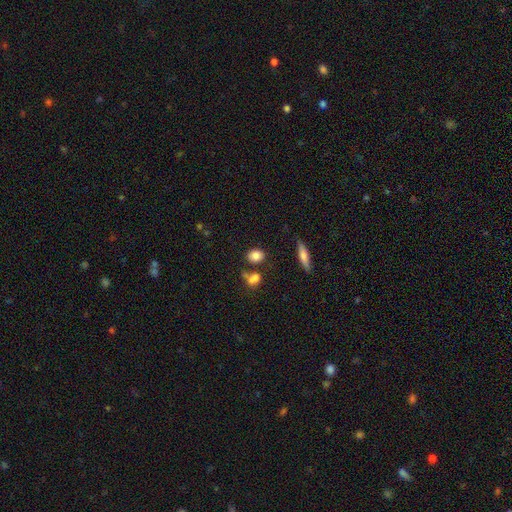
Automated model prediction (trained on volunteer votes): The model was most divided on "how rounded": in between: 52%, round: 45%, cigar-shaped: 3%. More confident: smooth or featured — smooth (82%); merging — none (71%).